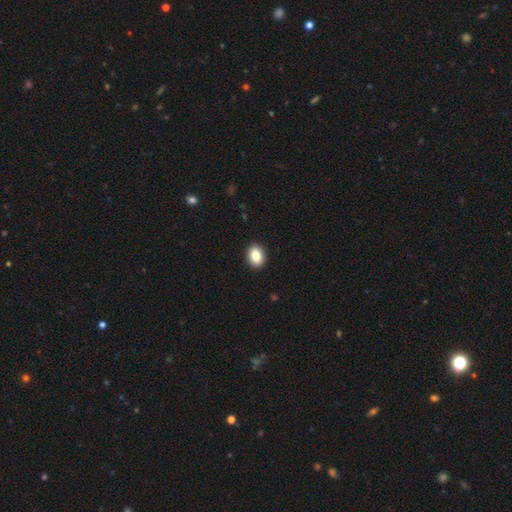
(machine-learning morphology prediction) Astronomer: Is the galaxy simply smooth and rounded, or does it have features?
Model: smooth — 84%.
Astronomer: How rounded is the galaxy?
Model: in between — 65%.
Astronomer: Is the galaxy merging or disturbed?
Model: none — 92%.